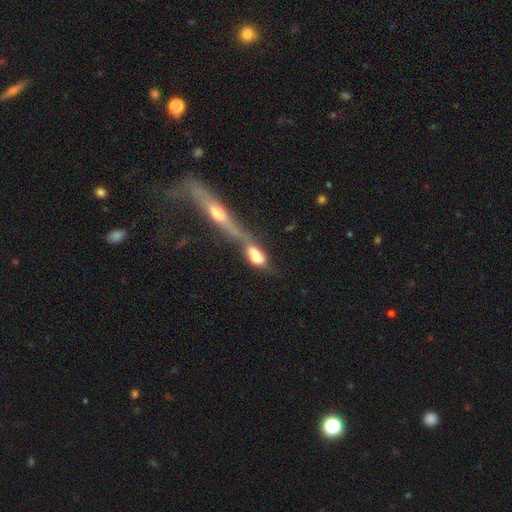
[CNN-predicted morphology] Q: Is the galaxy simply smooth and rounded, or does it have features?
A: smooth — 66%.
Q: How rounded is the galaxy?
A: in between — 80%.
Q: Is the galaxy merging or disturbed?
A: merger — 69%.